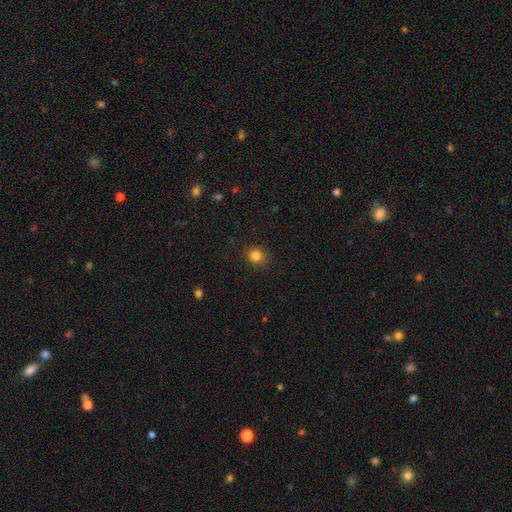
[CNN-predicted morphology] Smooth or featured?
  - smooth: 83% *
  - star or artifact: 12%
  - featured or disk: 5%
How rounded?
  - round: 85% *
  - in between: 14%
  - cigar-shaped: 1%
Merging?
  - none: 88% *
  - minor disturbance: 8%
  - major disturbance: 2%
  - merger: 1%